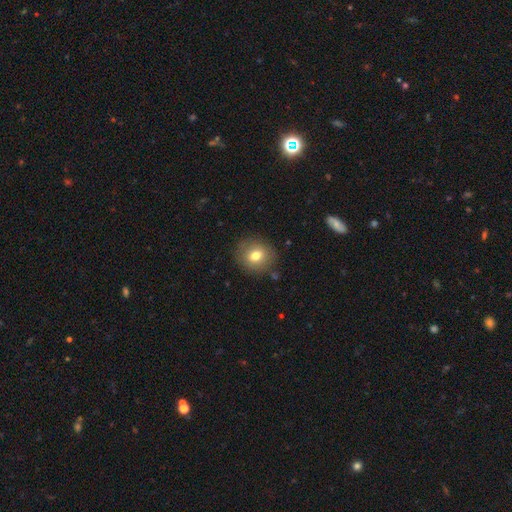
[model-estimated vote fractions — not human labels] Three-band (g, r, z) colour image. It shows a smooth galaxy with no disk features (75%) that is round (80%). Merging: none (86%).